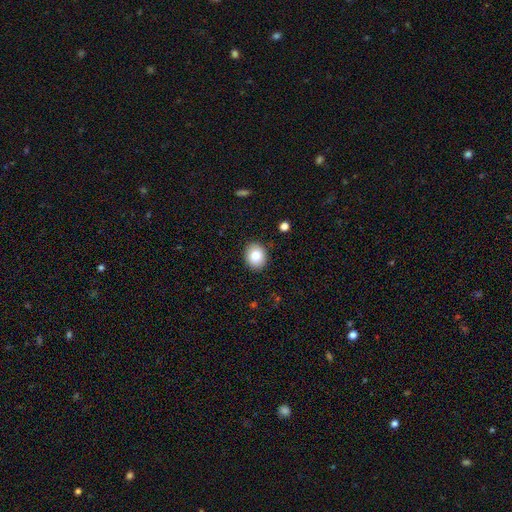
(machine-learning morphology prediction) Smooth or featured?
  - smooth: 81% *
  - featured or disk: 10%
  - star or artifact: 9%
How rounded?
  - round: 59% *
  - in between: 40%
  - cigar-shaped: 1%
Merging?
  - none: 89% *
  - minor disturbance: 8%
  - major disturbance: 2%
  - merger: 1%